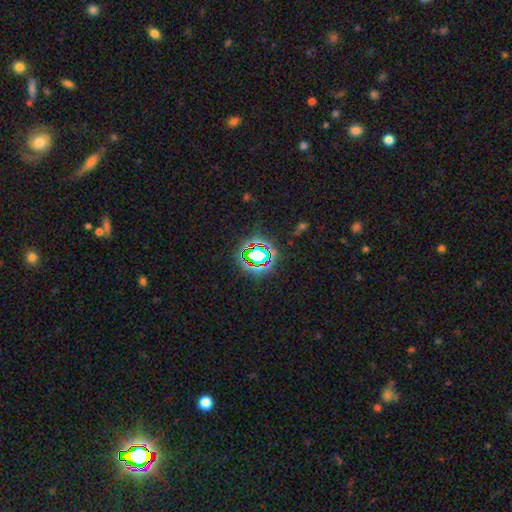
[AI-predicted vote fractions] This is likely a star or artifact rather than a galaxy (69%).